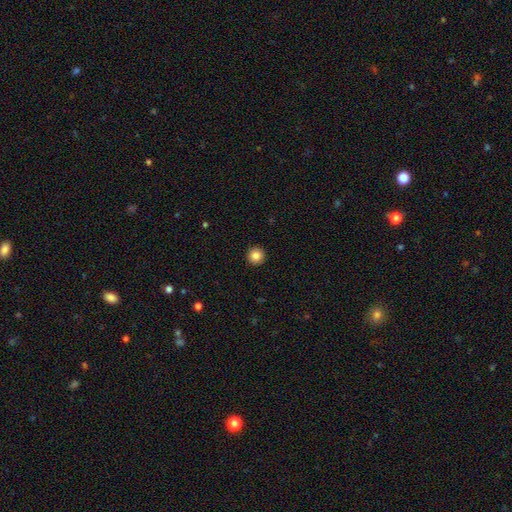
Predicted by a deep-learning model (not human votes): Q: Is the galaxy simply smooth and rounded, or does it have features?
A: smooth — 85%.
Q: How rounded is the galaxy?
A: round — 96%.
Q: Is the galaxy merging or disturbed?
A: none — 93%.